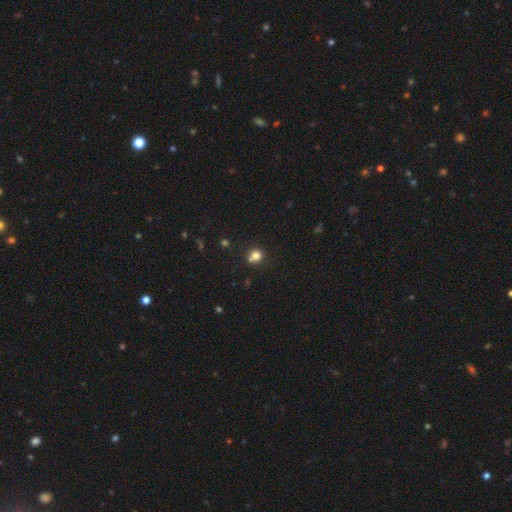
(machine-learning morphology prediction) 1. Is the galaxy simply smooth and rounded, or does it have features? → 77% smooth, 14% star or artifact, 9% featured or disk.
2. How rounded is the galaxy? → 80% round, 19% in between, 1% cigar-shaped.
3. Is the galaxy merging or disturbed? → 60% none, 21% merger, 15% minor disturbance, 5% major disturbance.